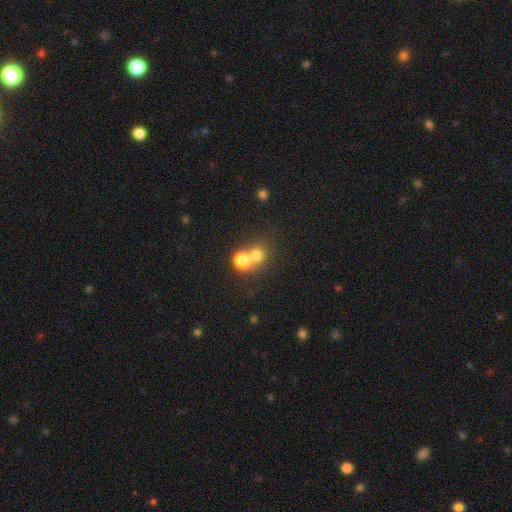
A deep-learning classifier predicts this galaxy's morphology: Smooth or featured: smooth — 72% (star or artifact — 16%)
How rounded: round — 80% (in between — 19%)
Merging: merger — 50% (none — 41%)